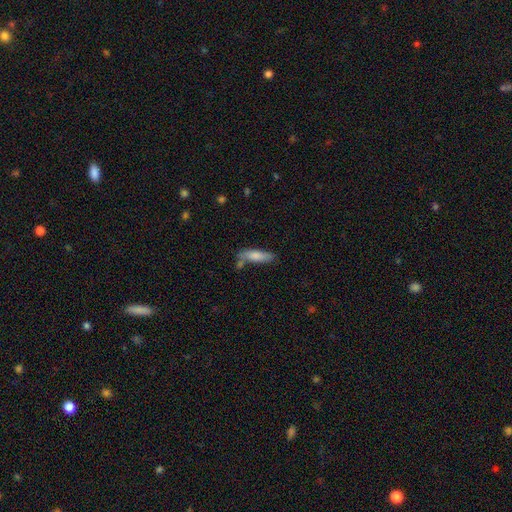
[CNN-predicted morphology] Smooth or featured? smooth (78%)
How rounded? cigar-shaped (57%)
Merging? none (58%)